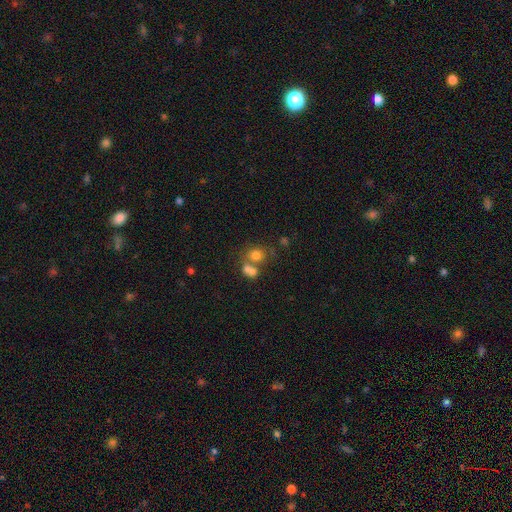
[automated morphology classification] This is likely a smooth galaxy (72%). How rounded: likely round (67%). Merging: possibly merger (49%).